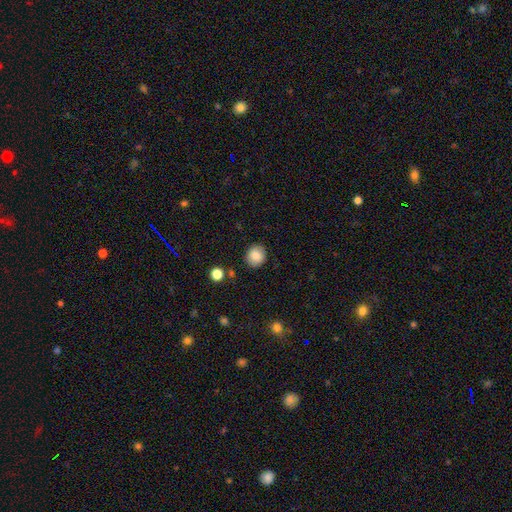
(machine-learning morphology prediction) type=smooth (85%); roundness=round (72%); merging=none (87%).